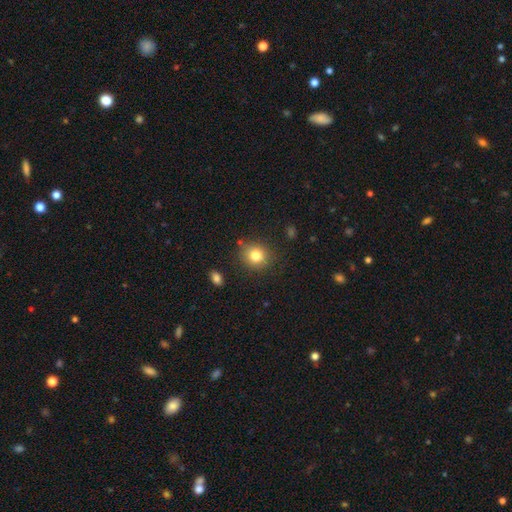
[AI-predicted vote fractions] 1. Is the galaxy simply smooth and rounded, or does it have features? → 81% smooth, 11% star or artifact, 8% featured or disk.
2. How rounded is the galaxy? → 83% round, 16% in between, 1% cigar-shaped.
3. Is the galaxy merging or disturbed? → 82% none, 12% minor disturbance, 3% major disturbance, 3% merger.